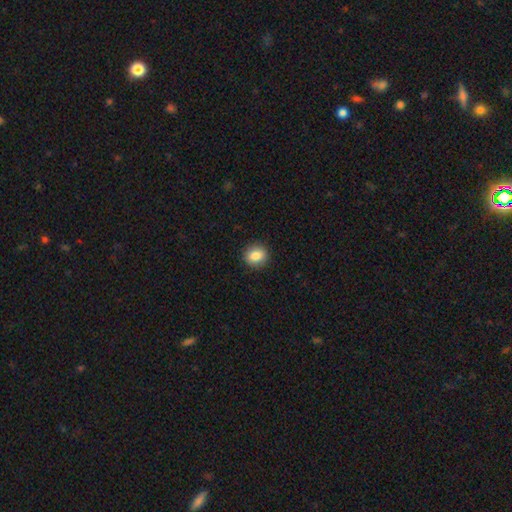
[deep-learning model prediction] Smooth or featured?
  - smooth: 85% *
  - star or artifact: 9%
  - featured or disk: 6%
How rounded?
  - round: 74% *
  - in between: 25%
  - cigar-shaped: 1%
Merging?
  - none: 91% *
  - minor disturbance: 6%
  - major disturbance: 2%
  - merger: 1%